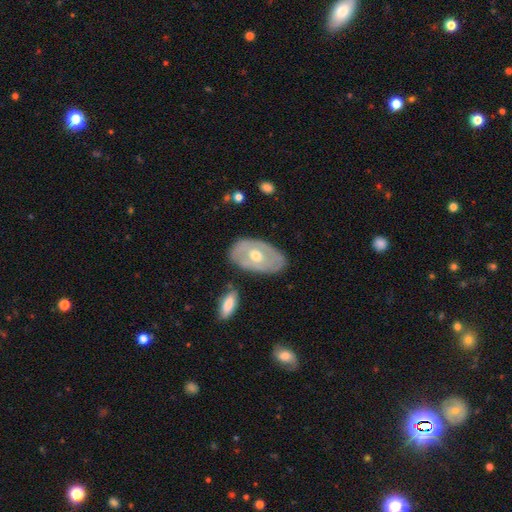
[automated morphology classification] smooth_or_featured: featured or disk (p=0.61) [alt: smooth p=0.33]
disk_edge_on: no (p=0.89) [alt: yes p=0.11]
bar: no (p=0.78) [alt: weak p=0.17]
has_spiral_arms: no (p=0.70) [alt: yes p=0.30]
bulge_size: moderate (p=0.77) [alt: small p=0.16]
merging: none (p=0.74) [alt: minor disturbance p=0.18]